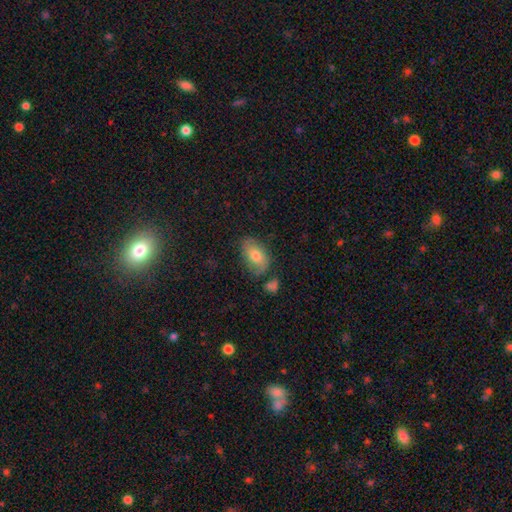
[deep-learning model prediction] smooth 70%, featured or disk 22%, star or artifact 8%. Down the decision tree: how rounded — in between (90%); merging — none (67%).